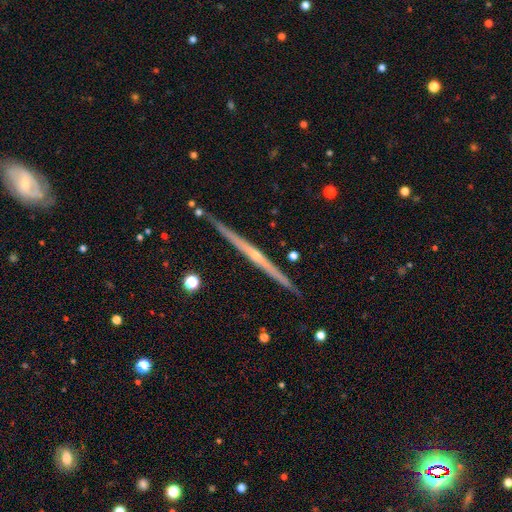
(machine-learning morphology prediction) Overall: featured or disk (81%). Edge-on disk: yes (98%). Edge-on bulge: rounded (54%; none 42%). Merging: none (88%).